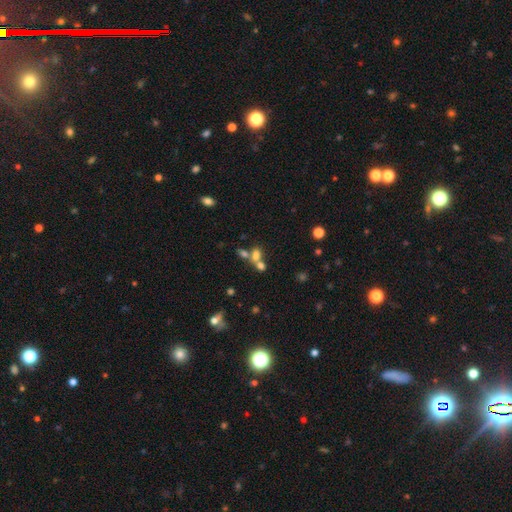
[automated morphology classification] Smooth or featured? smooth (65%)
How rounded? in between (63%)
Merging? merger (55%)